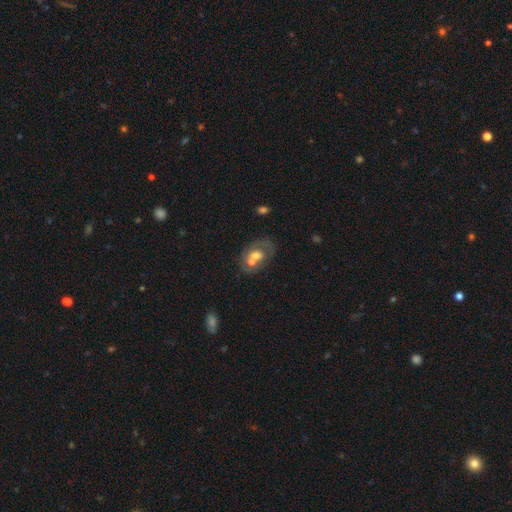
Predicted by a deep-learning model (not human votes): Smooth or featured? featured or disk (47%)
Merging? merger (50%)